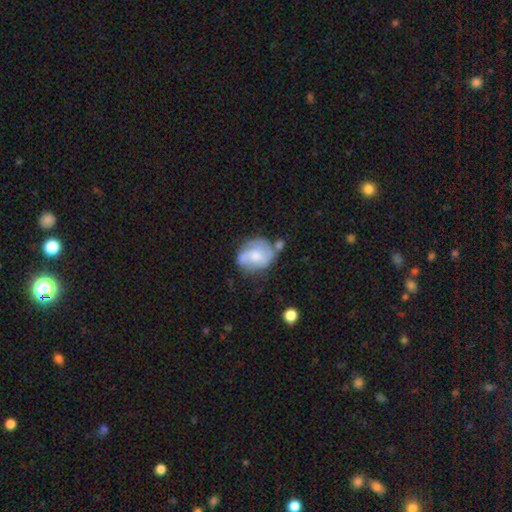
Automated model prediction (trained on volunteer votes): Q: Smooth or featured?
A: featured or disk (55%); runner-up: smooth (38%)
Q: Edge-on disk?
A: no (97%); runner-up: yes (3%)
Q: Bar?
A: no (61%); runner-up: weak (32%)
Q: Spiral arms?
A: yes (73%); runner-up: no (27%)
Q: Bulge size?
A: moderate (54%); runner-up: small (33%)
Q: Merging?
A: none (49%); runner-up: minor disturbance (26%)